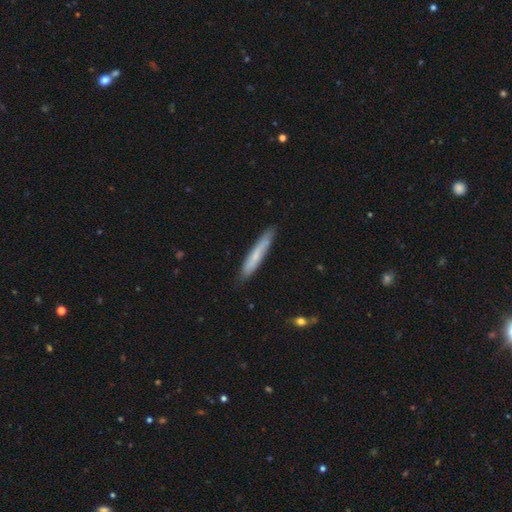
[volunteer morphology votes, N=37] This appears to be a smooth galaxy with no disk features (51%) that is cigar-shaped (95%). Merging: none (86%).